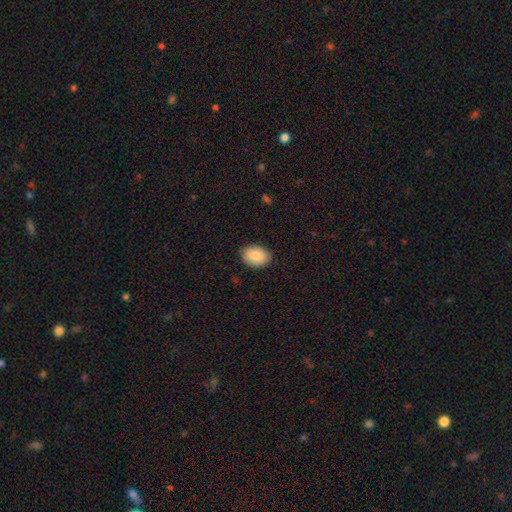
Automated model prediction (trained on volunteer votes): smooth-or-featured: smooth: 86% | featured or disk: 7% | star or artifact: 7%
  how-rounded: in between: 78% | round: 21% | cigar-shaped: 1%
  merging: none: 88% | minor disturbance: 9% | major disturbance: 2% | merger: 1%